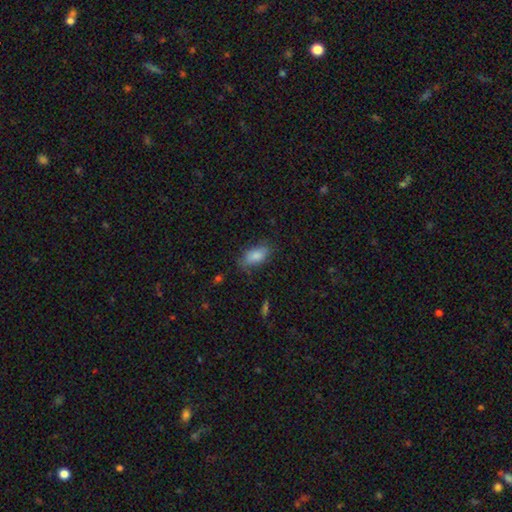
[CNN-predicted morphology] Q: Smooth or featured?
A: smooth (84%); runner-up: featured or disk (8%)
Q: How rounded?
A: in between (87%); runner-up: cigar-shaped (10%)
Q: Merging?
A: none (72%); runner-up: minor disturbance (21%)